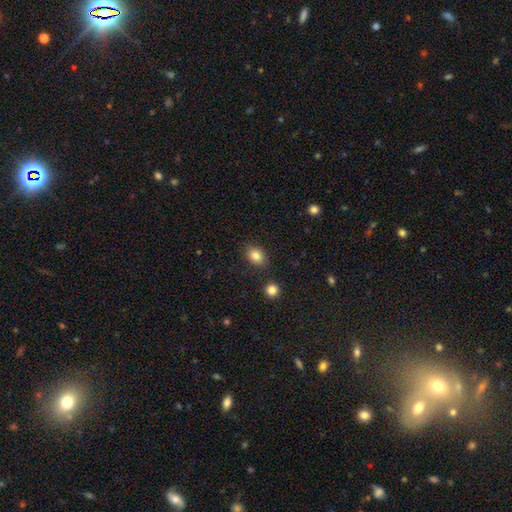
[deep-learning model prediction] smooth_or_featured: smooth (p=0.85) [alt: star or artifact p=0.09]
how_rounded: in between (p=0.67) [alt: round p=0.32]
merging: none (p=0.85) [alt: minor disturbance p=0.09]